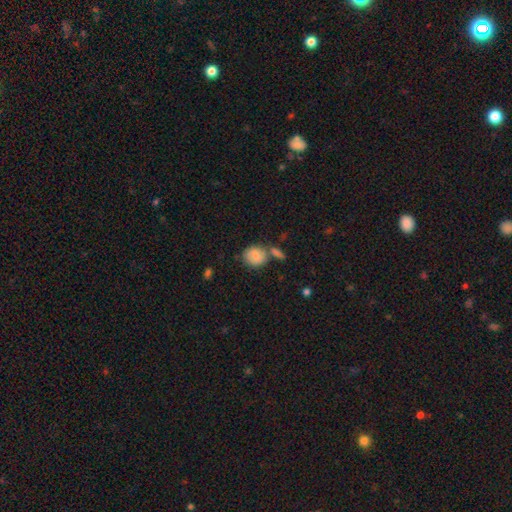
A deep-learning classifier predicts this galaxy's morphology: Smooth or featured? smooth (82%)
How rounded? round (68%)
Merging? none (52%)